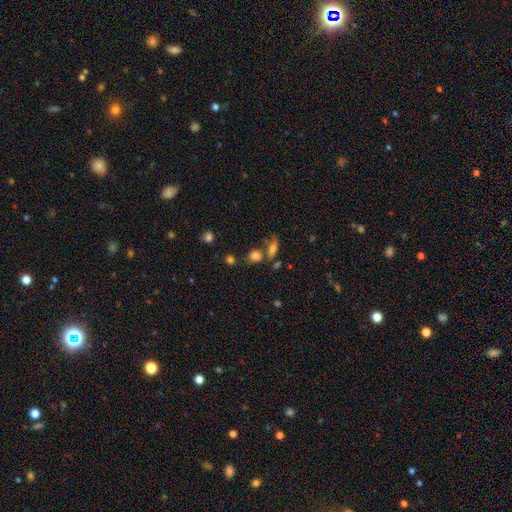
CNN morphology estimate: Smooth or featured? Predicted: smooth (p=0.78). How rounded? Predicted: round (p=0.51). Merging? Predicted: none (p=0.59).